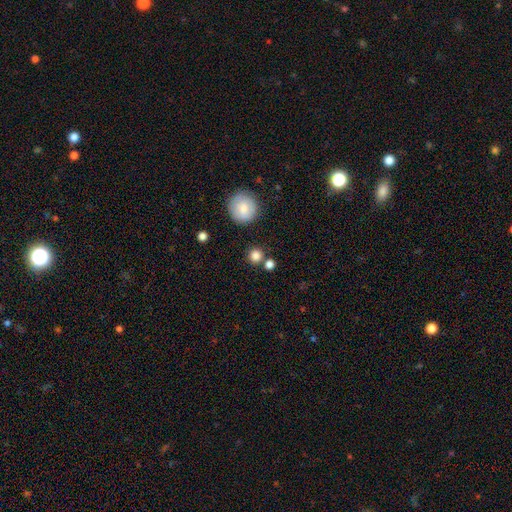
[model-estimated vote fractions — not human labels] This is clearly a smooth galaxy (83%). How rounded: clearly round (93%). Merging: likely none (76%).